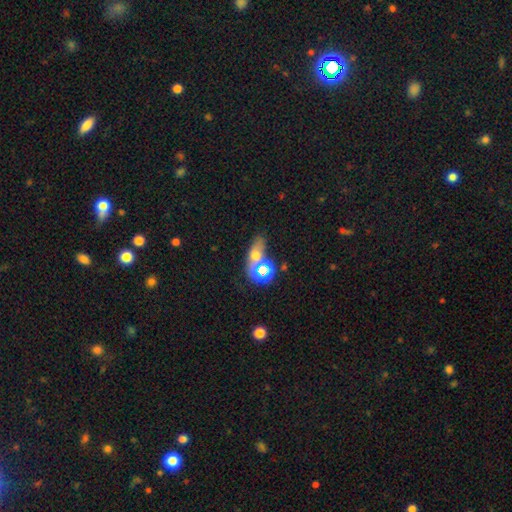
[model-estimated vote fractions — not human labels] Overall: smooth (51%; star or artifact 31%). How rounded: in between (65%; round 29%). Merging: none (45%; merger 32%).